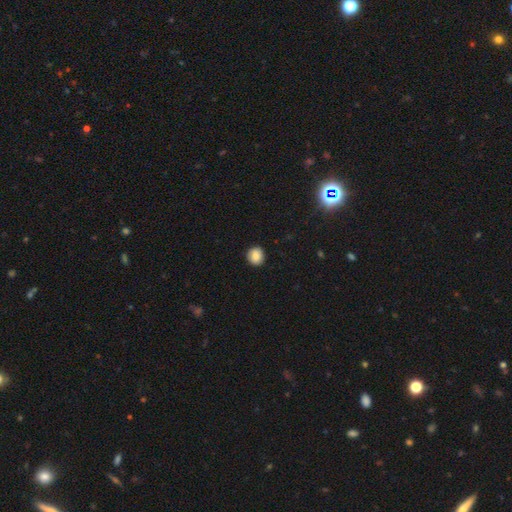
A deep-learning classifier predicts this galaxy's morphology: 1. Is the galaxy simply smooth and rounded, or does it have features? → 85% smooth, 9% star or artifact, 6% featured or disk.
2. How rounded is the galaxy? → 89% round, 10% in between, 1% cigar-shaped.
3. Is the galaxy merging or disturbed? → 90% none, 7% minor disturbance, 2% major disturbance, 1% merger.